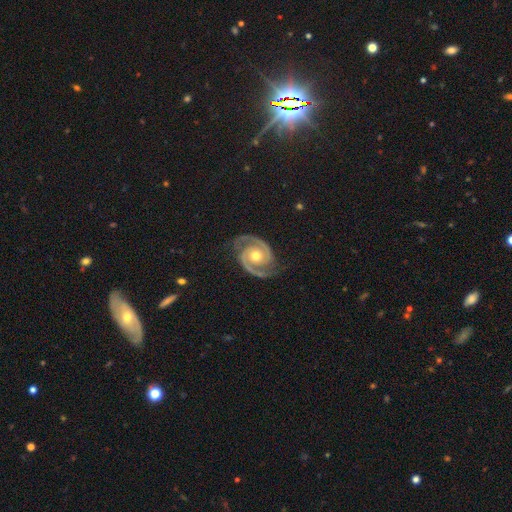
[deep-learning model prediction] This appears to be a featured or disk galaxy (94%) with no bar (73%), 2 (94%) tight (49%) spiral arms (99%) and a moderate central bulge (76%). Merging: none (84%).